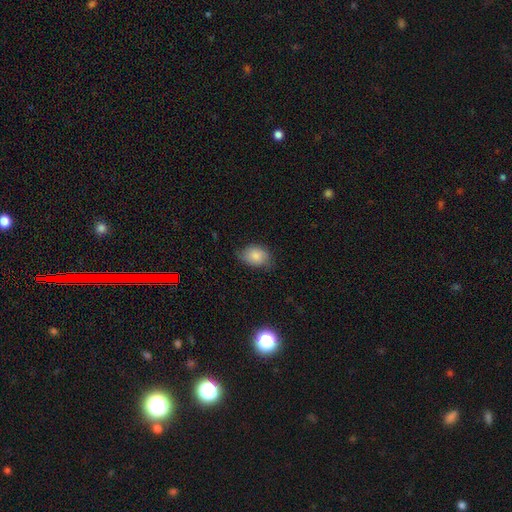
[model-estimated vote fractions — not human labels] smooth_or_featured: smooth (p=0.82) [alt: featured or disk p=0.11]
how_rounded: in between (p=0.79) [alt: round p=0.20]
merging: none (p=0.66) [alt: minor disturbance p=0.27]